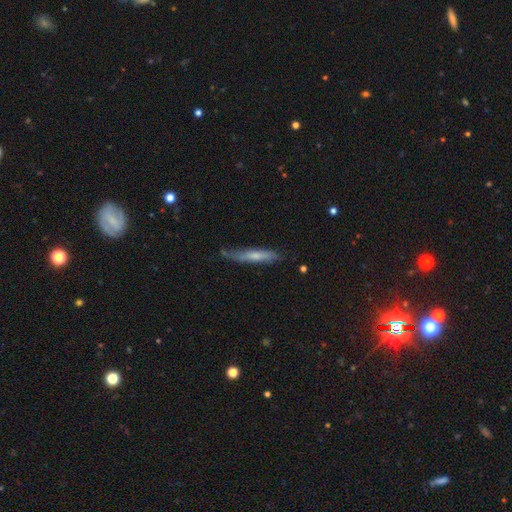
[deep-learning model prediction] Smooth or featured?
  - smooth: 55% *
  - featured or disk: 39%
  - star or artifact: 6%
How rounded?
  - cigar-shaped: 91% *
  - in between: 8%
  - round: 1%
Merging?
  - none: 63% *
  - minor disturbance: 27%
  - major disturbance: 7%
  - merger: 3%